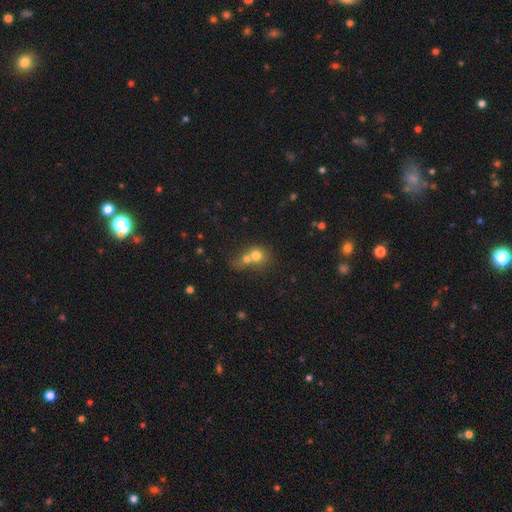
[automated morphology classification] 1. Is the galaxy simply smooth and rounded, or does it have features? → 71% smooth, 17% featured or disk, 12% star or artifact.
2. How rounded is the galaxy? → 74% round, 25% in between, 1% cigar-shaped.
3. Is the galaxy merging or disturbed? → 67% merger, 22% none, 6% minor disturbance, 4% major disturbance.